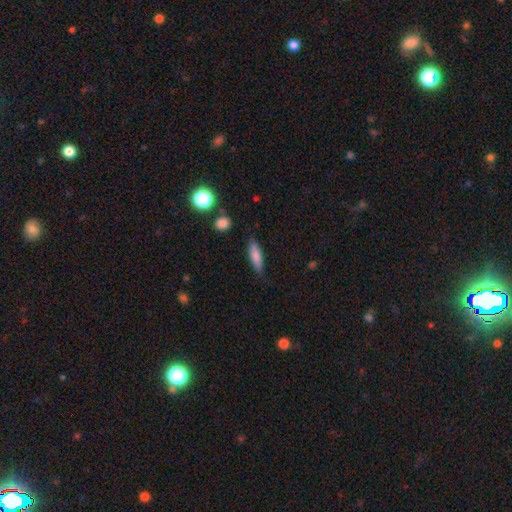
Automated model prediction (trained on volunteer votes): This appears to be a smooth galaxy with no disk features (80%) that is cigar-shaped (63%). Merging: none (83%).